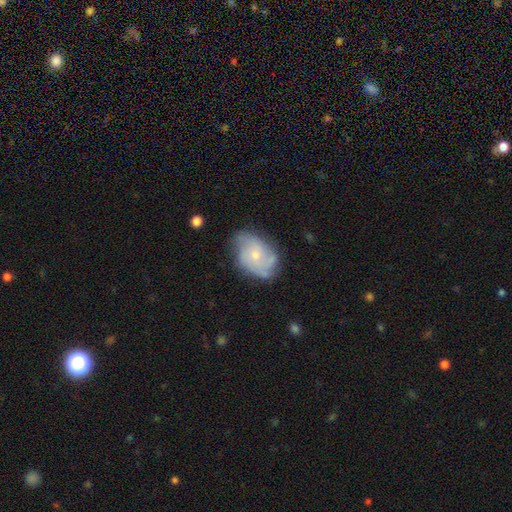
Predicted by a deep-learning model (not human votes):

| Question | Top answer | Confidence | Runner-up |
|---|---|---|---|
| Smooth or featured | featured or disk | 67% | smooth (26%) |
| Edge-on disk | no | 97% | yes (3%) |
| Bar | no | 78% | weak (19%) |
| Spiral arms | yes | 85% | no (15%) |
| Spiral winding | medium | 42% | tight (38%) |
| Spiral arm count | can't tell | 31% | 3 (27%) |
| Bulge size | small | 61% | moderate (35%) |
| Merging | none | 63% | minor disturbance (27%) |